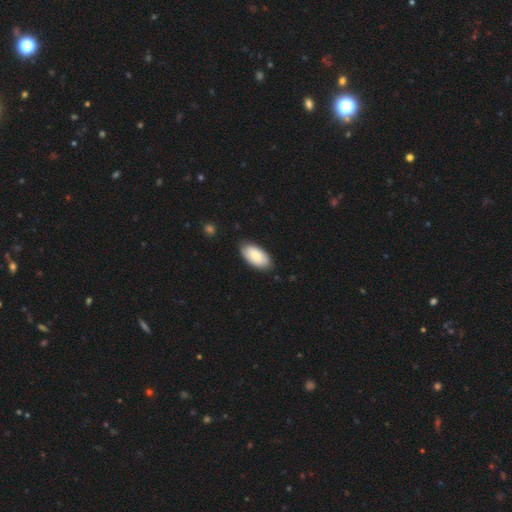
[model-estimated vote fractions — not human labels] smooth 76%, featured or disk 19%, star or artifact 6%. Down the decision tree: how rounded — in between (95%); merging — none (83%).